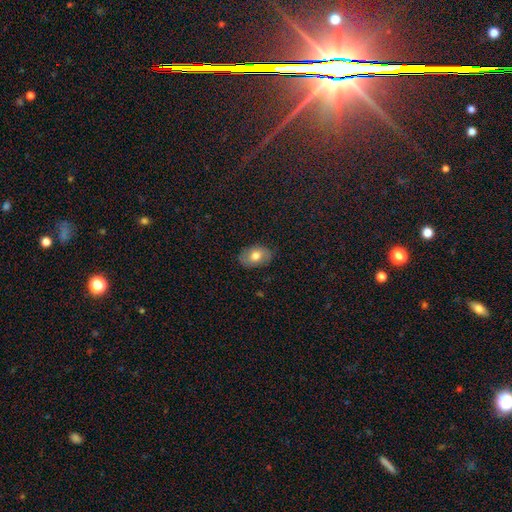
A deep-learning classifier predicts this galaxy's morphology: smooth-or-featured: smooth: 73% | featured or disk: 19% | star or artifact: 8%
  how-rounded: in between: 84% | round: 15% | cigar-shaped: 1%
  merging: none: 84% | minor disturbance: 12% | major disturbance: 3% | merger: 1%